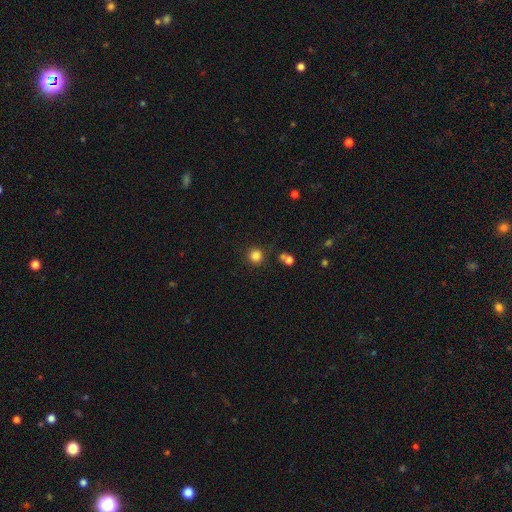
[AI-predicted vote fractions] Q: Smooth or featured?
A: smooth (83%); runner-up: star or artifact (13%)
Q: How rounded?
A: round (94%); runner-up: in between (5%)
Q: Merging?
A: none (86%); runner-up: minor disturbance (7%)